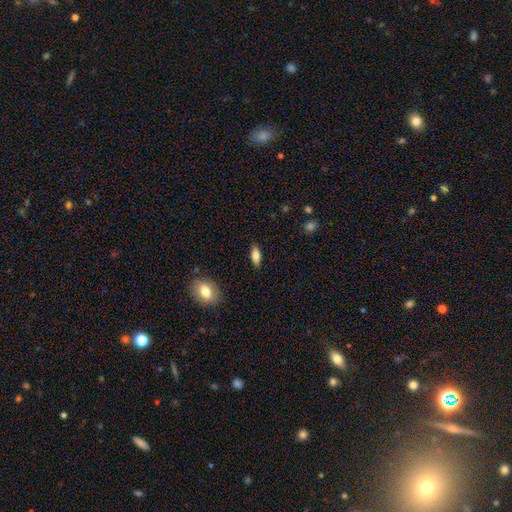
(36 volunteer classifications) Smooth or featured?
  - smooth: 92% *
  - featured or disk: 6%
  - star or artifact: 3%
How rounded?
  - in between: 64% *
  - cigar-shaped: 33%
  - round: 3%
Merging?
  - none: 83% *
  - minor disturbance: 14%
  - major disturbance: 3%
  - merger: 0%